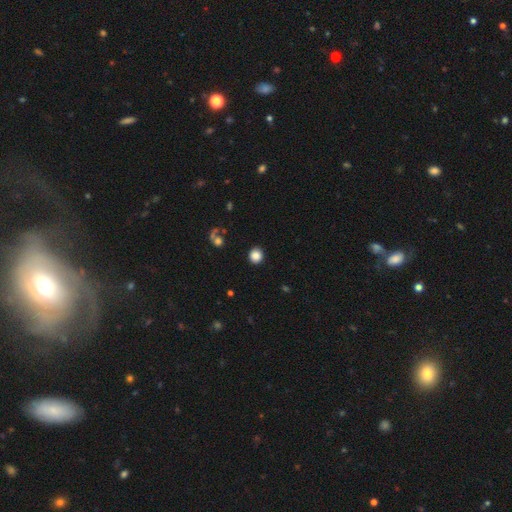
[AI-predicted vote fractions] smooth_or_featured: smooth (p=0.86) [alt: star or artifact p=0.10]
how_rounded: round (p=0.91) [alt: in between p=0.08]
merging: none (p=0.91) [alt: minor disturbance p=0.05]